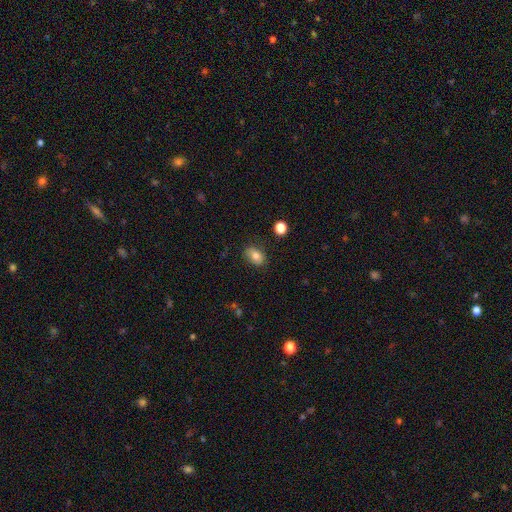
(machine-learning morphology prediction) Q: Smooth or featured?
A: smooth (77%); runner-up: featured or disk (13%)
Q: How rounded?
A: in between (76%); runner-up: round (22%)
Q: Merging?
A: none (79%); runner-up: minor disturbance (15%)